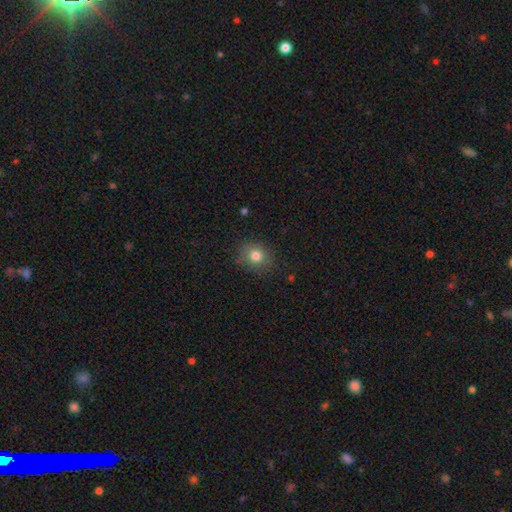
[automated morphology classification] smooth 79%, star or artifact 12%, featured or disk 9%. Down the decision tree: how rounded — round (70%); merging — none (82%).